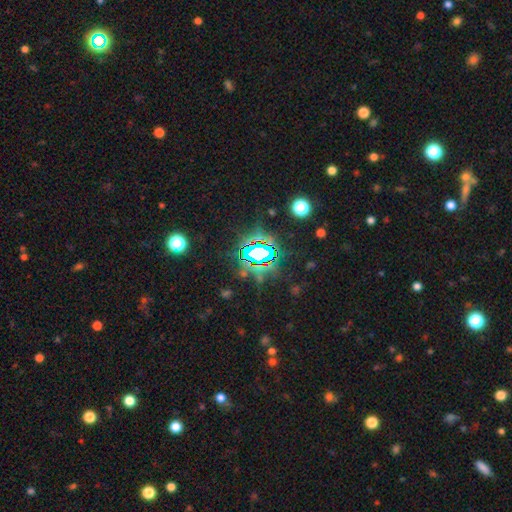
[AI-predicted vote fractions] star or artifact 75%, smooth 13%, featured or disk 11%.